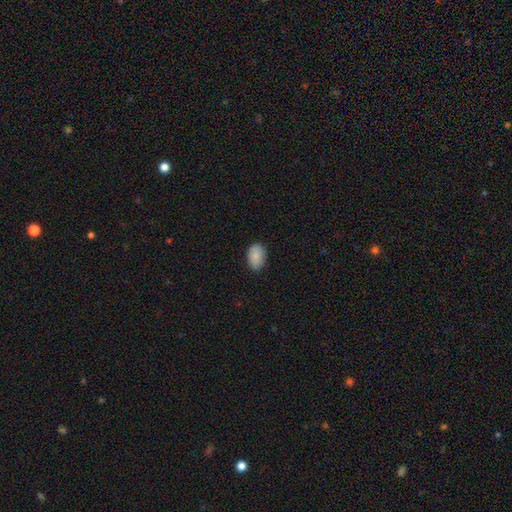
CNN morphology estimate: Smooth or featured: smooth — 88% (star or artifact — 7%)
How rounded: in between — 87% (round — 11%)
Merging: none — 81% (minor disturbance — 15%)